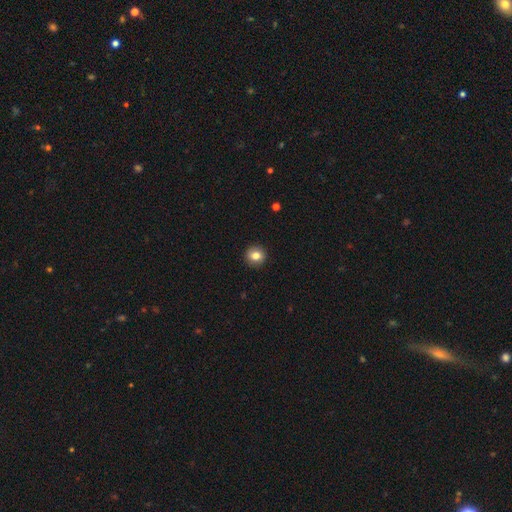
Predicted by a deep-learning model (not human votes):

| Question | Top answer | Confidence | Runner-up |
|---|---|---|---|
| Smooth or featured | smooth | 82% | star or artifact (10%) |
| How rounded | round | 91% | in between (8%) |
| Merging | none | 92% | minor disturbance (5%) |